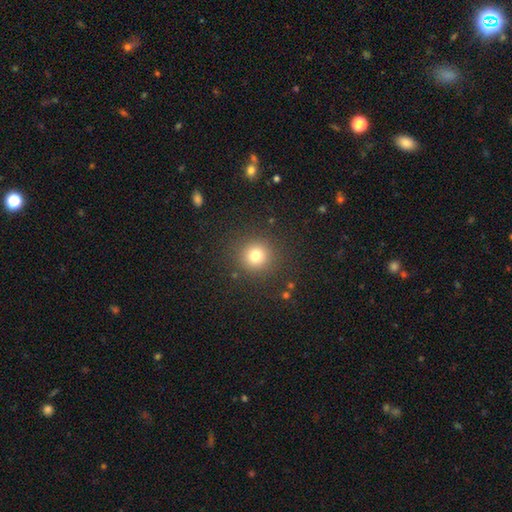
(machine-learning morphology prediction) This is likely a smooth galaxy (77%). How rounded: clearly round (94%). Merging: clearly none (89%).